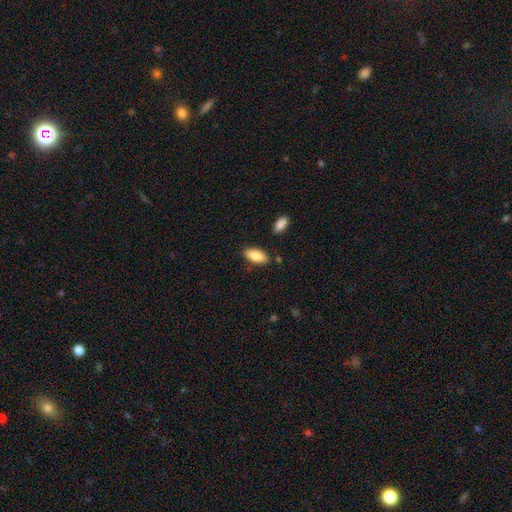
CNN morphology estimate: Overall: smooth (88%). How rounded: in between (89%). Merging: none (83%).